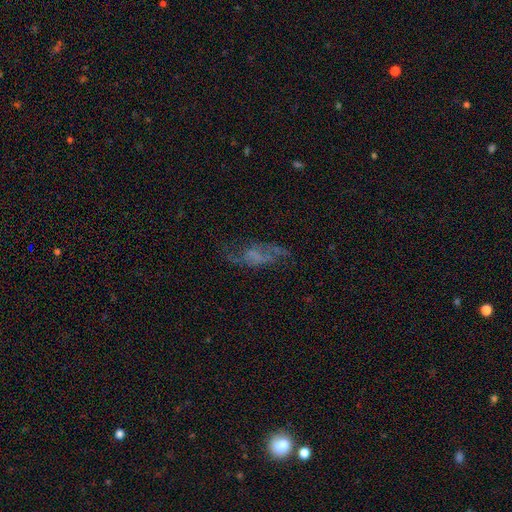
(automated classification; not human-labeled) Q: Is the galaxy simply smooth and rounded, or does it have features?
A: featured or disk — 55%.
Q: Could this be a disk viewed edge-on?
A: no — 89%.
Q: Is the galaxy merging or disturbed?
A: none — 48%.